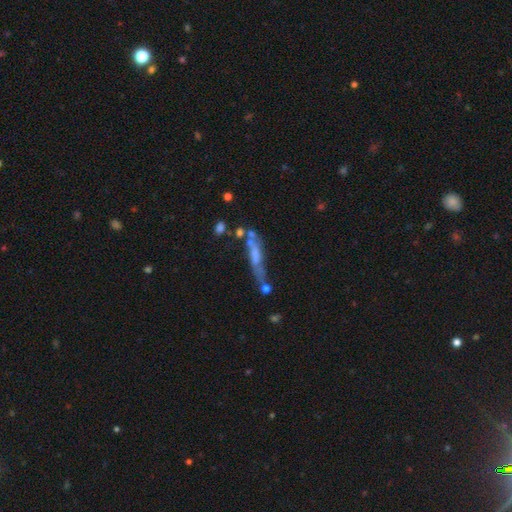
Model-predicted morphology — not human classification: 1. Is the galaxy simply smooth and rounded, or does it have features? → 55% featured or disk, 31% smooth, 14% star or artifact.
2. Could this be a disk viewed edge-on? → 58% yes, 42% no.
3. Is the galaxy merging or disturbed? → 48% none, 21% minor disturbance, 17% merger, 14% major disturbance.